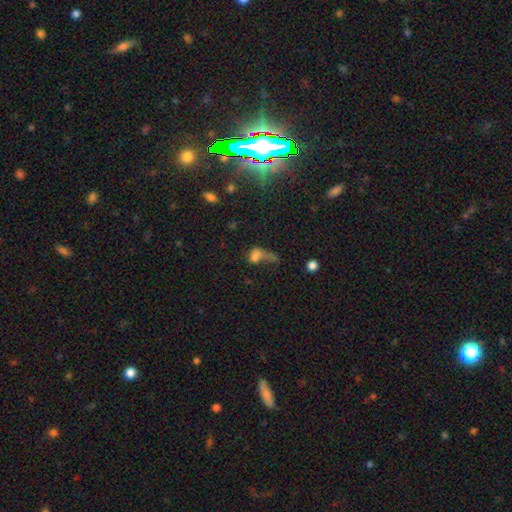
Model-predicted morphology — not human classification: Q: Smooth or featured?
A: smooth (58%); runner-up: featured or disk (22%)
Q: How rounded?
A: in between (69%); runner-up: round (23%)
Q: Merging?
A: major disturbance (39%); runner-up: merger (30%)